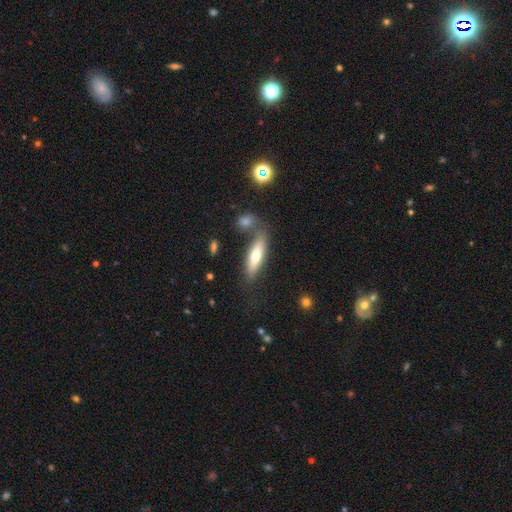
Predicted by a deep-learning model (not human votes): A smooth galaxy with no disk features (63%) that is cigar-shaped (54%). Merging: none (58%).